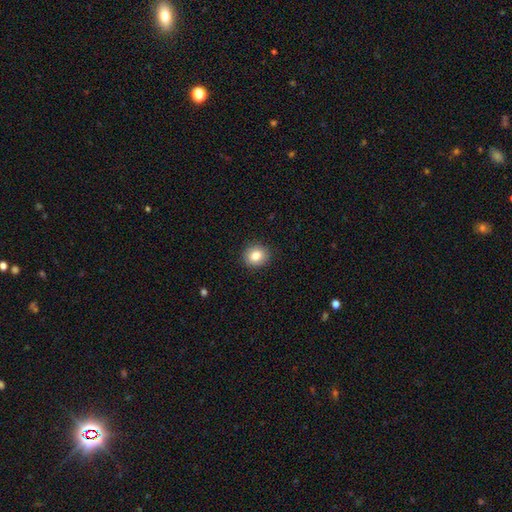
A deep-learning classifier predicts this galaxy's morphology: Smooth or featured: smooth — 83% (star or artifact — 9%)
How rounded: round — 81% (in between — 18%)
Merging: none — 91% (minor disturbance — 7%)